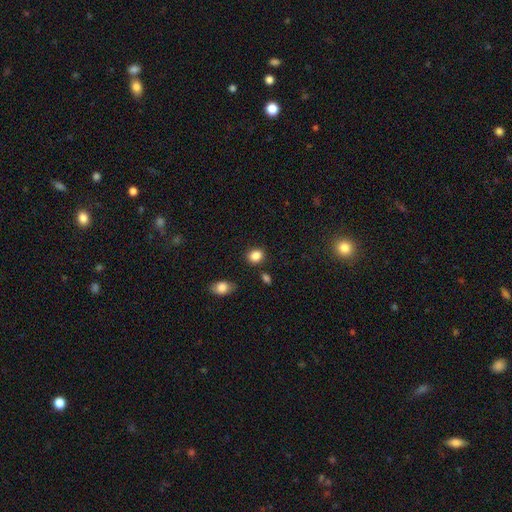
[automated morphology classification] Smooth or featured? Predicted: smooth (p=0.86). How rounded? Predicted: round (p=0.65). Merging? Predicted: none (p=0.84).